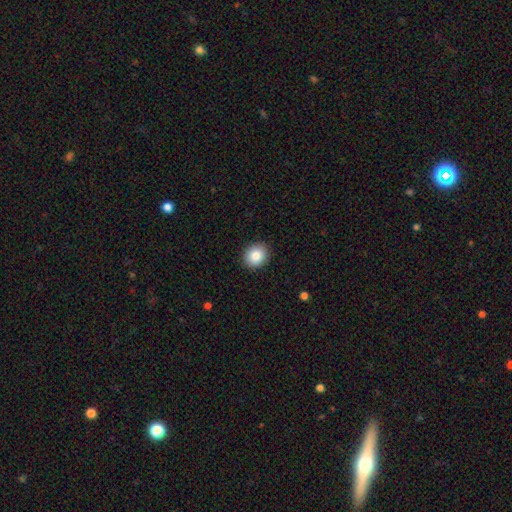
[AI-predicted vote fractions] Smooth or featured? smooth (86%)
How rounded? round (71%)
Merging? none (91%)